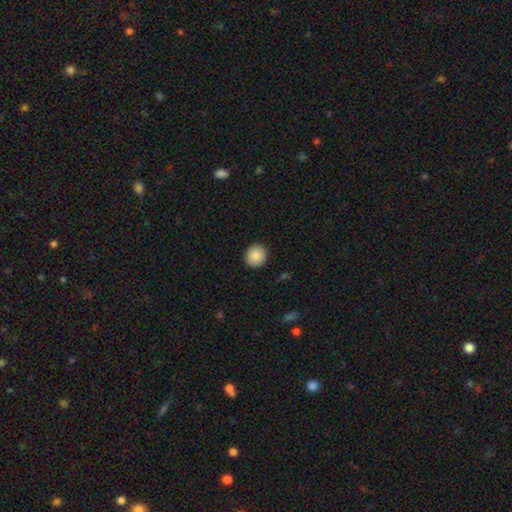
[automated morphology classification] smooth-or-featured: smooth: 87% | star or artifact: 8% | featured or disk: 5%
  how-rounded: round: 89% | in between: 10% | cigar-shaped: 1%
  merging: none: 92% | minor disturbance: 6% | major disturbance: 2% | merger: 1%